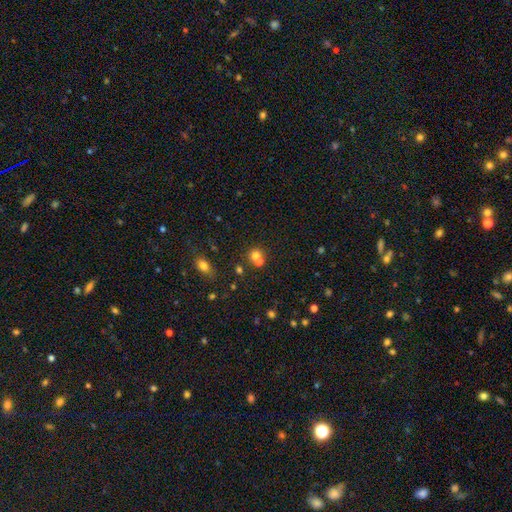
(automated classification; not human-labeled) Smooth or featured: smooth — 68% (star or artifact — 18%)
How rounded: round — 81% (in between — 18%)
Merging: merger — 49% (none — 41%)